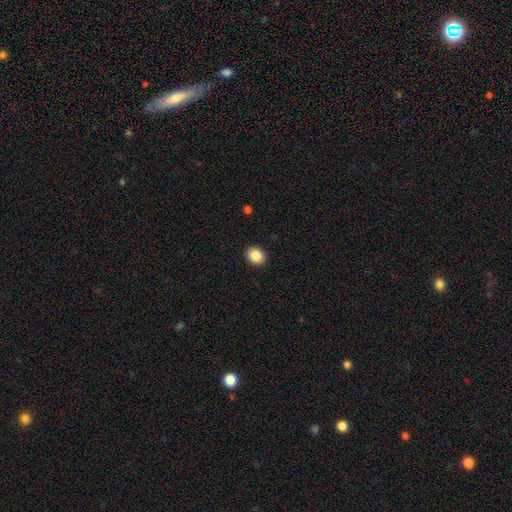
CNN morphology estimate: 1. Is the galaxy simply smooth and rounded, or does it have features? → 88% smooth, 8% star or artifact, 4% featured or disk.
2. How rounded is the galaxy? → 53% round, 46% in between, 1% cigar-shaped.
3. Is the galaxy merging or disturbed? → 91% none, 6% minor disturbance, 2% major disturbance, 1% merger.